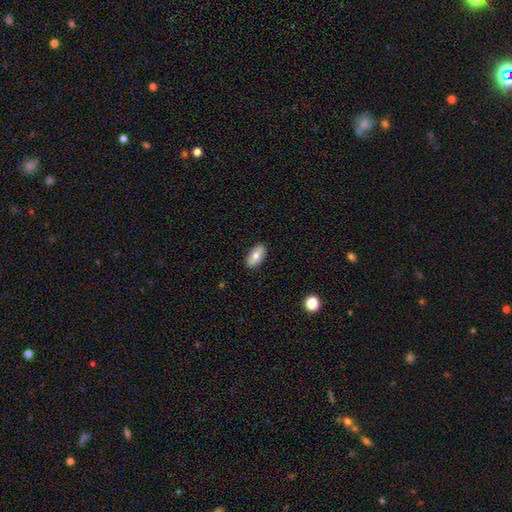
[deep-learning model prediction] Overall: smooth (76%). How rounded: in between (92%). Merging: none (88%).